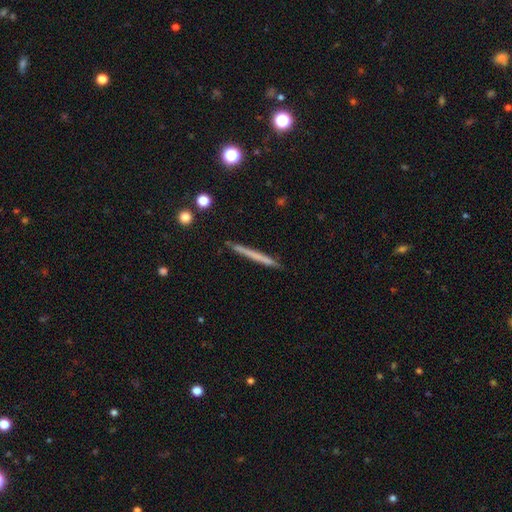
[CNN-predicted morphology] This appears to be a smooth galaxy with no disk features (55%) that is cigar-shaped (97%). Merging: none (90%).